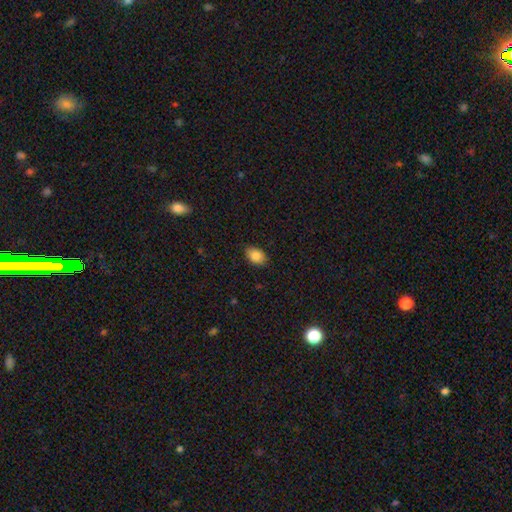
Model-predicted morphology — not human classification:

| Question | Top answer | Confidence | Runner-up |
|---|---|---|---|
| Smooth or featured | smooth | 86% | star or artifact (8%) |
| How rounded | in between | 86% | round (13%) |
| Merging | none | 86% | minor disturbance (11%) |